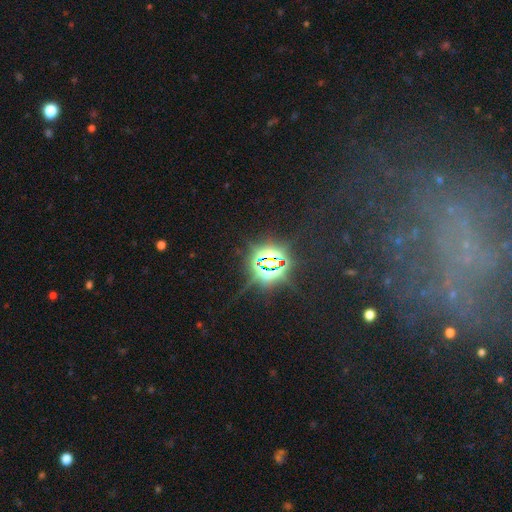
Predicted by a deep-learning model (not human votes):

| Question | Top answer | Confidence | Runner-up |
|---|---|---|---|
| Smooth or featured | star or artifact | 84% | smooth (9%) |